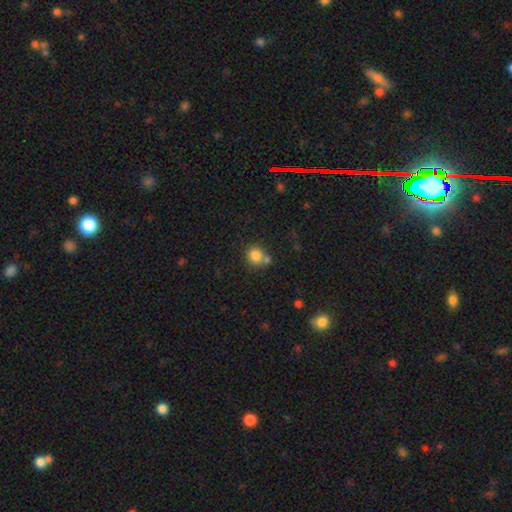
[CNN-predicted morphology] Overall: smooth (82%). How rounded: round (86%). Merging: none (59%; merger 27%).